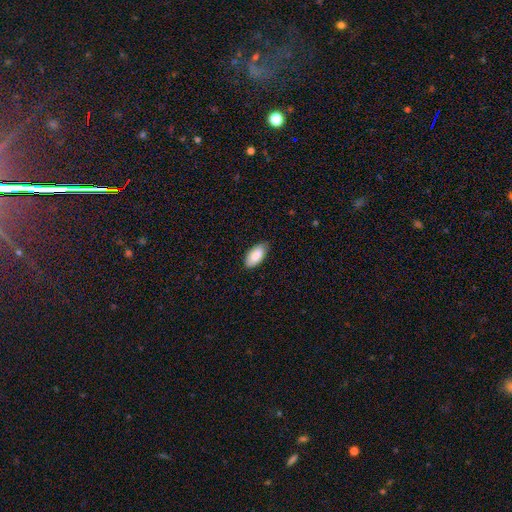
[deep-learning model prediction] Q: Smooth or featured?
A: smooth (88%); runner-up: featured or disk (7%)
Q: How rounded?
A: in between (94%); runner-up: cigar-shaped (4%)
Q: Merging?
A: none (78%); runner-up: minor disturbance (18%)